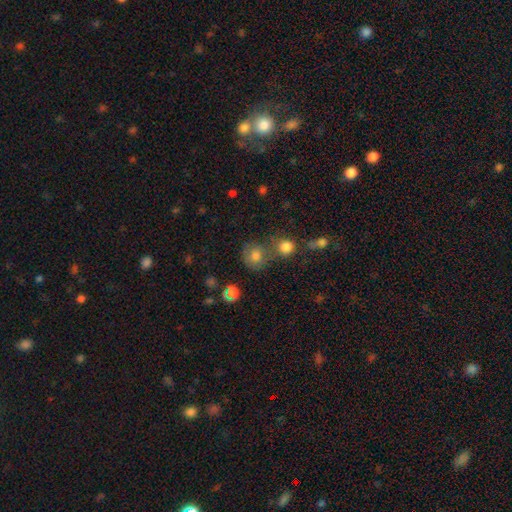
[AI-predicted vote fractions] smooth-or-featured: smooth: 70% | star or artifact: 17% | featured or disk: 13%
  how-rounded: round: 83% | in between: 16% | cigar-shaped: 1%
  merging: none: 58% | merger: 23% | minor disturbance: 13% | major disturbance: 6%